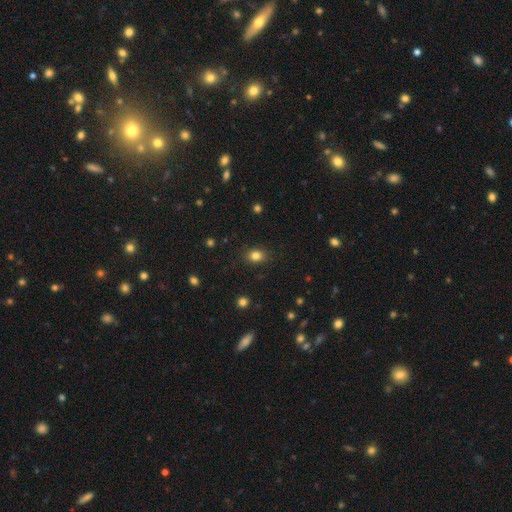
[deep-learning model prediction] Smooth or featured? smooth (82%)
How rounded? in between (52%)
Merging? none (86%)